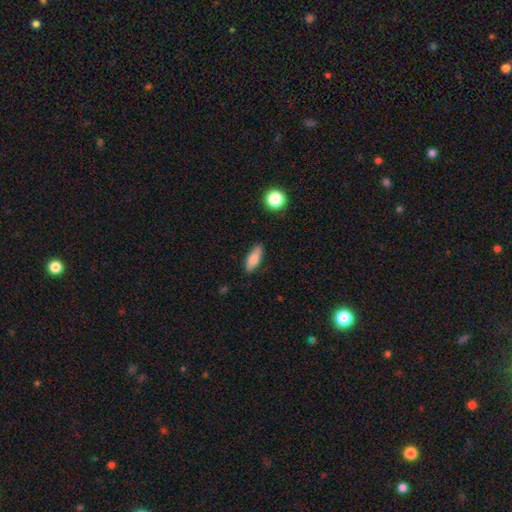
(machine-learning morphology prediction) This appears to be a smooth galaxy with no disk features (79%) that is in between round and cigar-shaped (68%). Merging: none (85%).